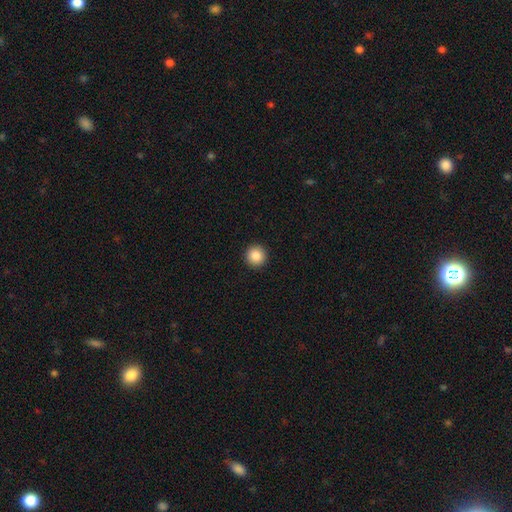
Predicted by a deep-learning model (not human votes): Smooth or featured: smooth — 86% (star or artifact — 9%)
How rounded: round — 96% (in between — 3%)
Merging: none — 93% (minor disturbance — 4%)